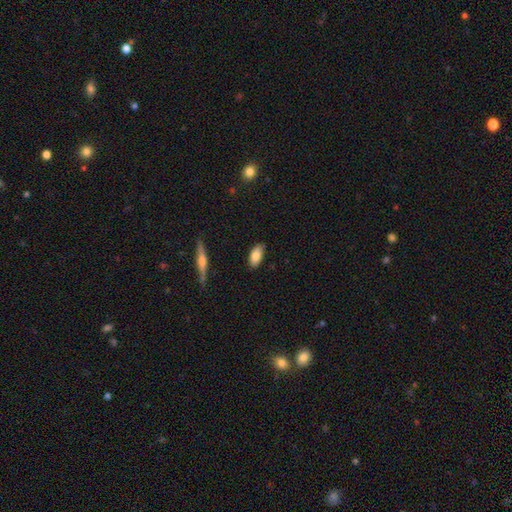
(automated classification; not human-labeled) This appears to be a smooth galaxy with no disk features (84%) that is in between round and cigar-shaped (90%). Merging: none (84%).